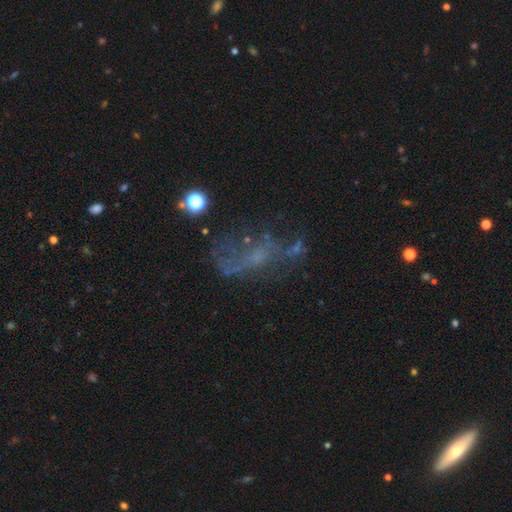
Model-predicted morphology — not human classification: This appears to be a featured or disk galaxy (47%). Merging: none (37%).